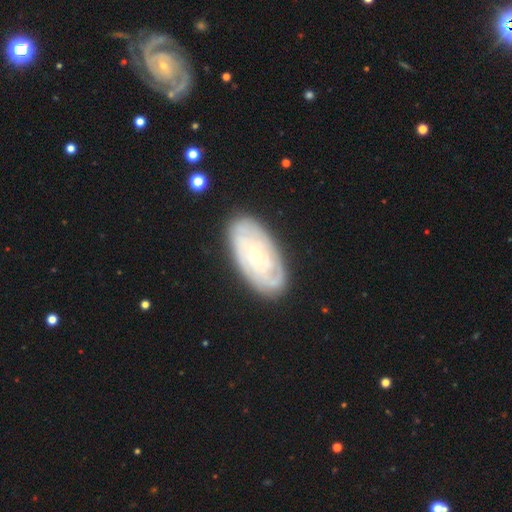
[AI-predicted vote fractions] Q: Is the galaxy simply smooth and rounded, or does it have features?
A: featured or disk — 67%.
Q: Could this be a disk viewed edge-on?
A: no — 93%.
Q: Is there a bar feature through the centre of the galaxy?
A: no — 78%.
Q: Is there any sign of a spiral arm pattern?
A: yes — 82%.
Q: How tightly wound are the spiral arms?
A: tight — 75%.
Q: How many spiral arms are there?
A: can't tell — 58%.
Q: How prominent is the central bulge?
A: small — 78%.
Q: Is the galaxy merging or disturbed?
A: none — 81%.